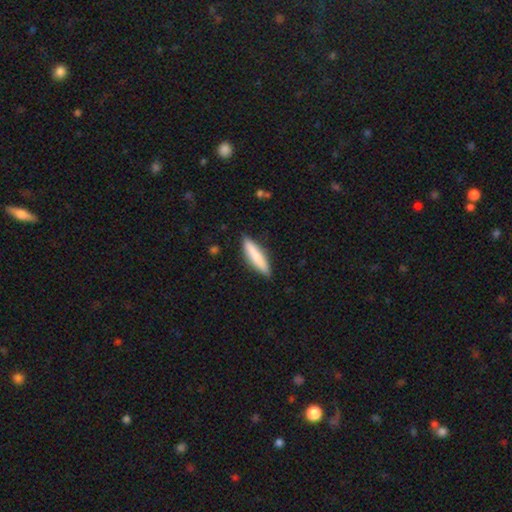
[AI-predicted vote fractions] This is likely a smooth galaxy (79%). How rounded: clearly cigar-shaped (82%). Merging: clearly none (88%).